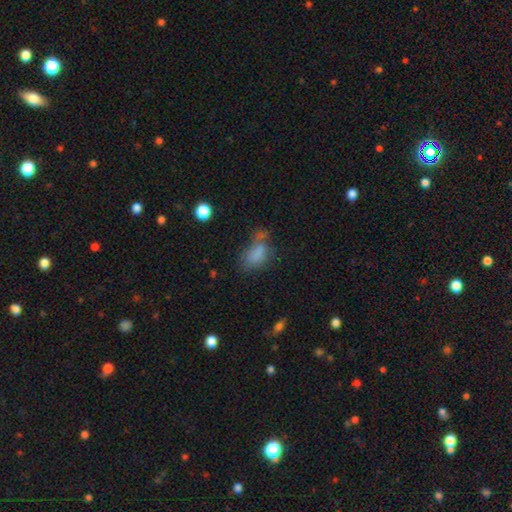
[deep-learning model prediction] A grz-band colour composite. It shows a smooth galaxy with no disk features (73%) that is in between round and cigar-shaped (84%). Merging: none (42%).